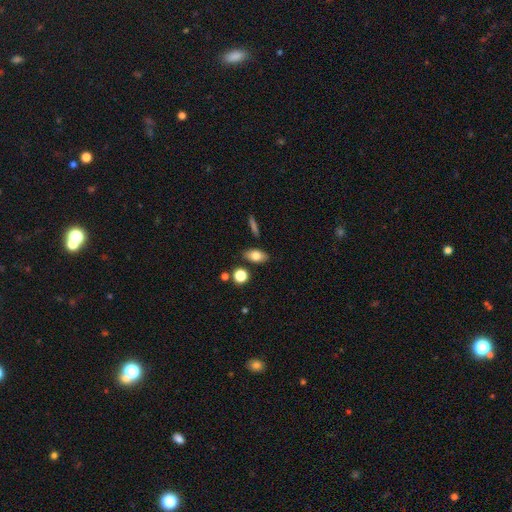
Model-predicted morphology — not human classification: Smooth or featured?
  - smooth: 79% *
  - featured or disk: 12%
  - star or artifact: 9%
How rounded?
  - in between: 84% *
  - round: 12%
  - cigar-shaped: 4%
Merging?
  - none: 82% *
  - minor disturbance: 11%
  - merger: 4%
  - major disturbance: 3%